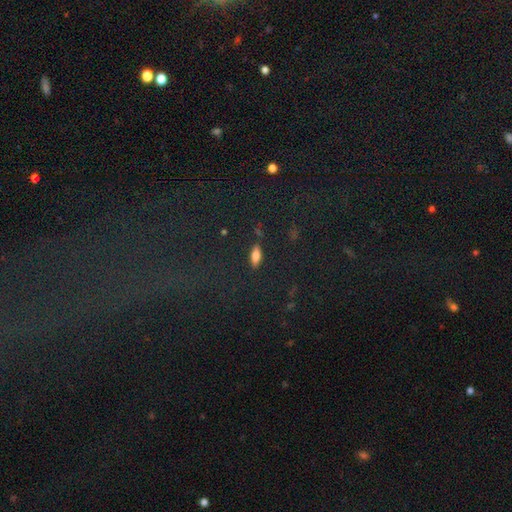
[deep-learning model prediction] Smooth or featured?
  - smooth: 75% *
  - featured or disk: 15%
  - star or artifact: 9%
How rounded?
  - in between: 72% *
  - cigar-shaped: 25%
  - round: 3%
Merging?
  - none: 86% *
  - minor disturbance: 10%
  - major disturbance: 2%
  - merger: 2%